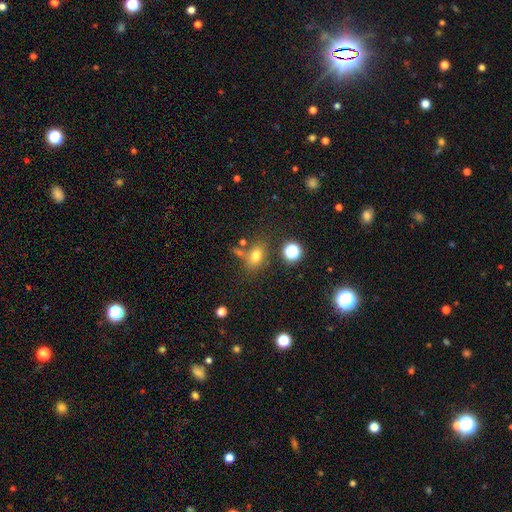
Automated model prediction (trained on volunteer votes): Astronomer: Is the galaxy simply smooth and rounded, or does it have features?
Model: smooth — 71%.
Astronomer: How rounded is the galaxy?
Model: in between — 68%.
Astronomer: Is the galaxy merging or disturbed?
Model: none — 65%.